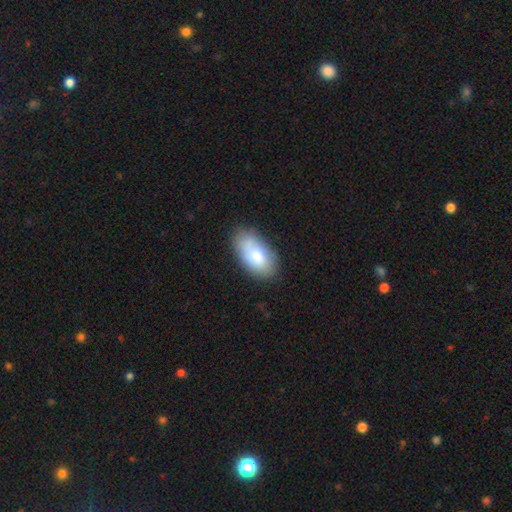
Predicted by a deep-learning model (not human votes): This is likely a smooth galaxy (77%). How rounded: clearly in between (94%). Merging: likely none (67%).